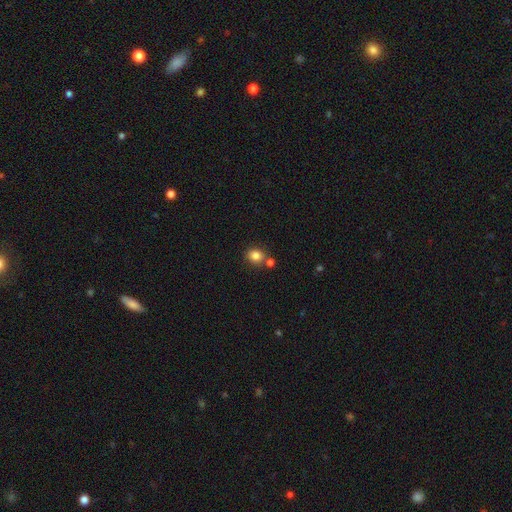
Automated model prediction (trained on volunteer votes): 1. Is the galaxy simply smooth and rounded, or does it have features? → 83% smooth, 11% star or artifact, 6% featured or disk.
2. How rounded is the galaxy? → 70% round, 29% in between, 1% cigar-shaped.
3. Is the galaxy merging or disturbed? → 67% none, 20% merger, 11% minor disturbance, 3% major disturbance.